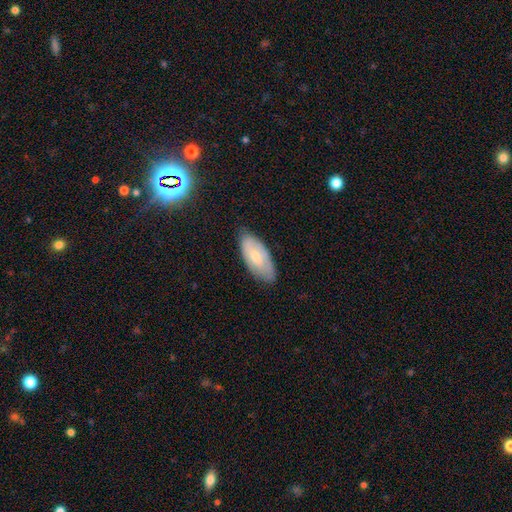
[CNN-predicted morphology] A smooth galaxy with no disk features (56%) that is in between round and cigar-shaped (89%). Merging: none (74%).